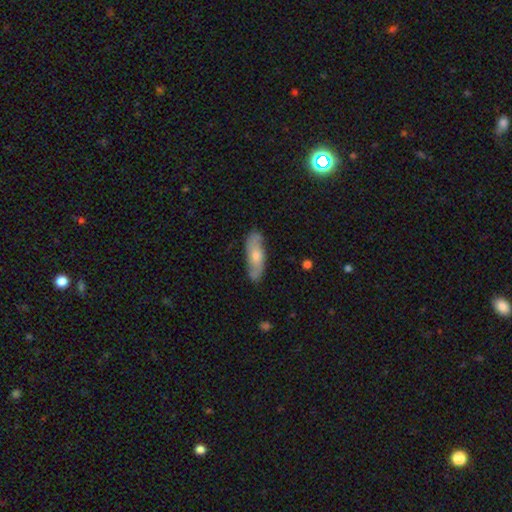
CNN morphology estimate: The model was most divided on "smooth or featured": smooth: 49%, featured or disk: 44%, star or artifact: 7%. More confident: merging — none (81%).